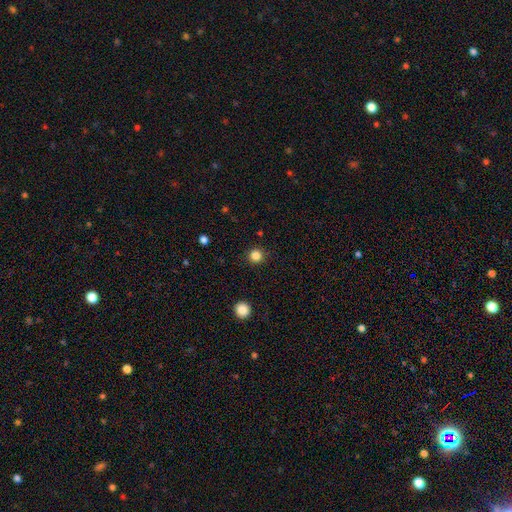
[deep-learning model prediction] A smooth galaxy with no disk features (84%) that is round (94%).

Vote fractions:
- Smooth or featured? smooth: 84% / star or artifact: 13% / featured or disk: 3%
- How rounded? round: 94% / in between: 5% / cigar-shaped: 1%
- Merging? none: 91% / minor disturbance: 6% / major disturbance: 2% / merger: 1%